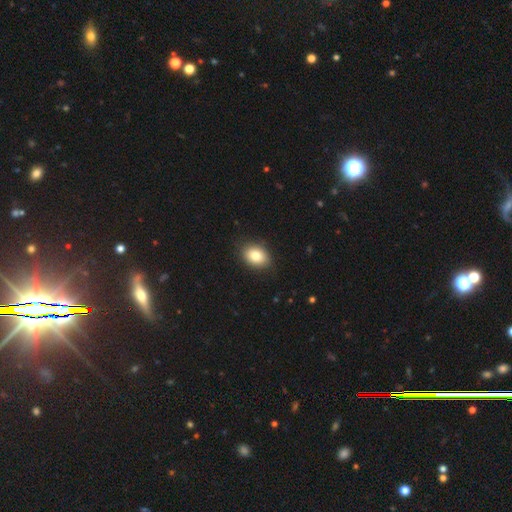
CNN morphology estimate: Smooth or featured? smooth (82%)
How rounded? in between (73%)
Merging? none (85%)